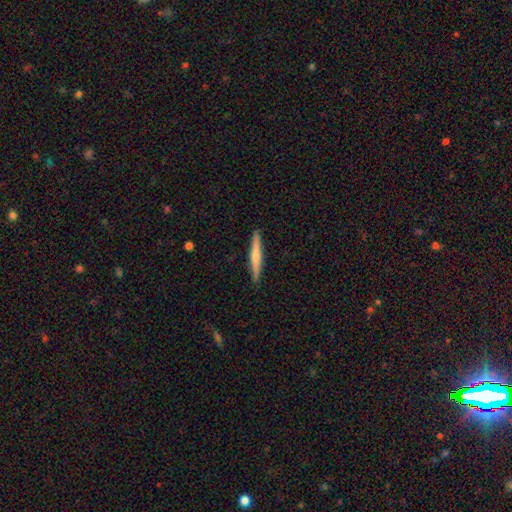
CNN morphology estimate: A smooth galaxy with no disk features (54%) that is cigar-shaped (95%).

Vote fractions:
- Smooth or featured? smooth: 54% / featured or disk: 41% / star or artifact: 5%
- How rounded? cigar-shaped: 95% / in between: 3% / round: 1%
- Merging? none: 91% / minor disturbance: 7% / major disturbance: 1% / merger: 1%